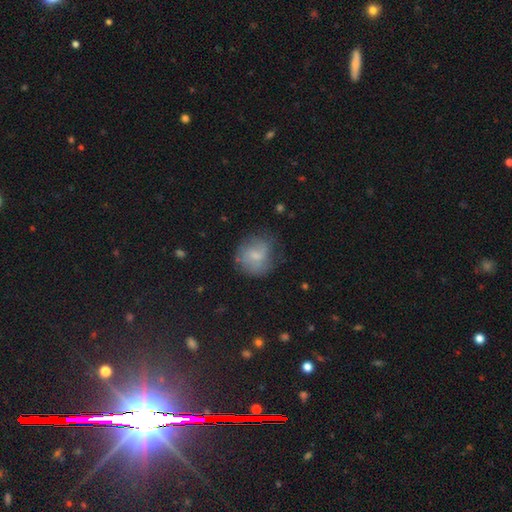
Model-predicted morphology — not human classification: The model was most divided on "smooth or featured": smooth: 61%, featured or disk: 30%, star or artifact: 9%. More confident: how rounded — round (81%); merging — none (59%).